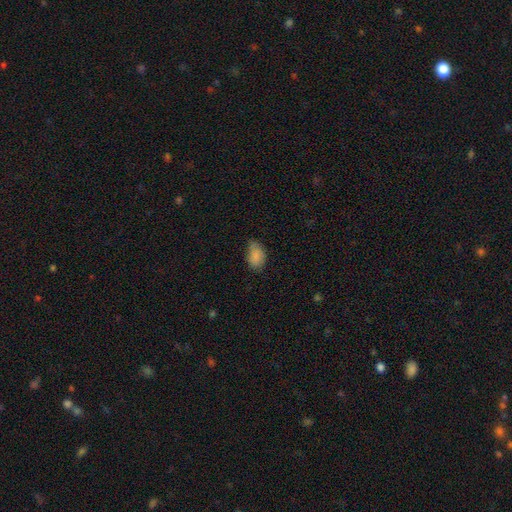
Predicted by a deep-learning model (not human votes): smooth-or-featured: smooth: 86% | star or artifact: 8% | featured or disk: 6%
  how-rounded: in between: 88% | round: 11% | cigar-shaped: 1%
  merging: none: 57% | minor disturbance: 34% | major disturbance: 7% | merger: 2%